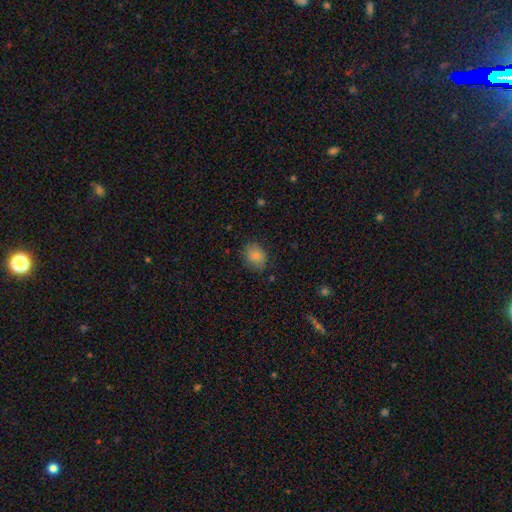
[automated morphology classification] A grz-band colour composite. It shows a smooth galaxy with no disk features (84%) that is in between round and cigar-shaped (53%). Merging: none (78%).